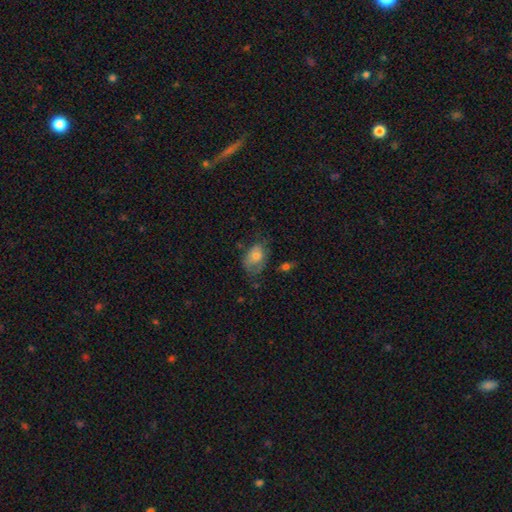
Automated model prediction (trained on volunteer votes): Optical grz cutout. It shows a smooth galaxy with no disk features (67%) that is in between round and cigar-shaped (80%). Merging: none (46%).